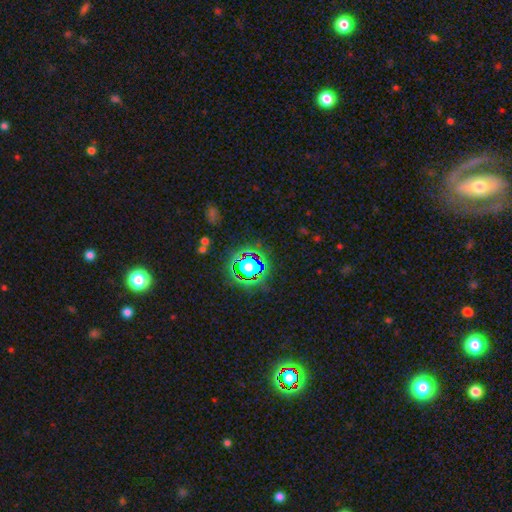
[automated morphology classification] Smooth or featured? star or artifact (78%)